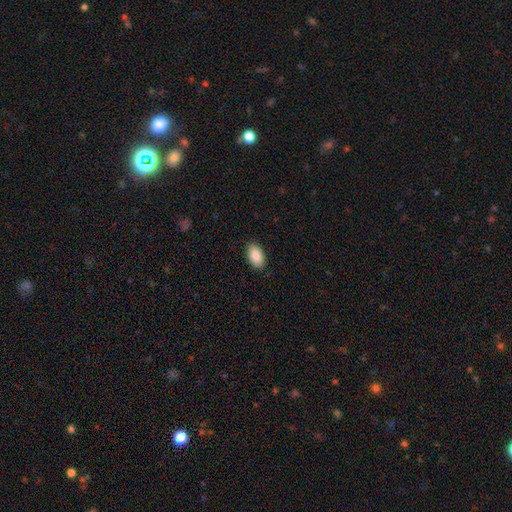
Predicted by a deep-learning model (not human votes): Morphology: type=smooth (90%); roundness=in between (94%); merging=none (88%).